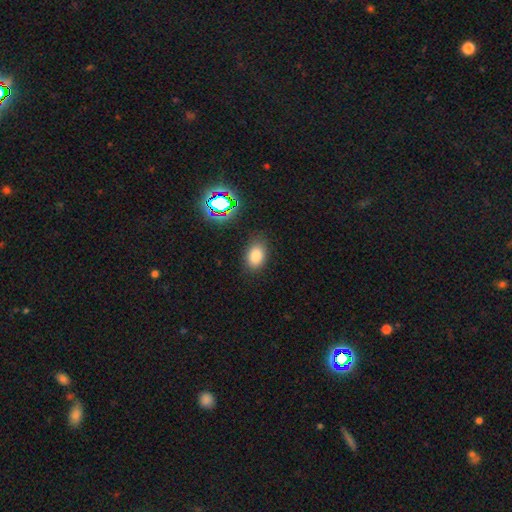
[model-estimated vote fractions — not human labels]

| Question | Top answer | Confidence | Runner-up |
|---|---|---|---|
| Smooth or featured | smooth | 81% | star or artifact (13%) |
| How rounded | in between | 81% | round (18%) |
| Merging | none | 84% | minor disturbance (12%) |